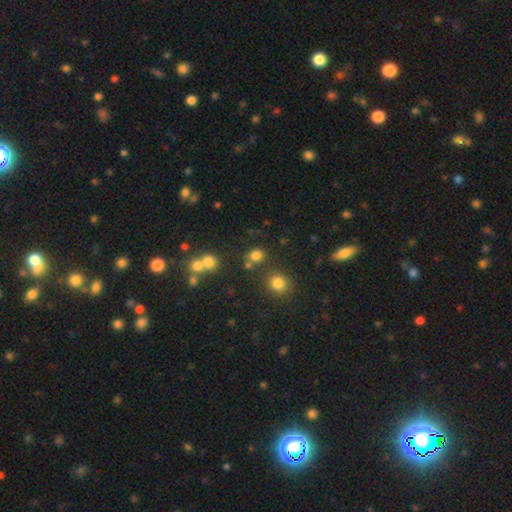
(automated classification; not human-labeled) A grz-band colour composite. It shows a smooth galaxy with no disk features (77%) that is round (62%). Merging: none (68%).